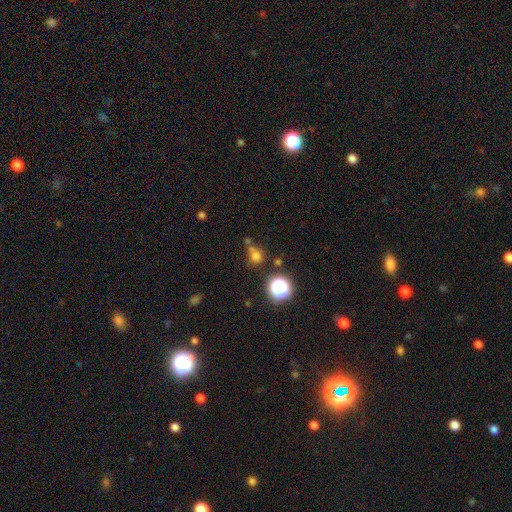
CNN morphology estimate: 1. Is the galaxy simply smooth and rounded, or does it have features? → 68% smooth, 23% star or artifact, 9% featured or disk.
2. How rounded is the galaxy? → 80% round, 18% in between, 1% cigar-shaped.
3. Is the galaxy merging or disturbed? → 56% none, 22% merger, 15% minor disturbance, 7% major disturbance.